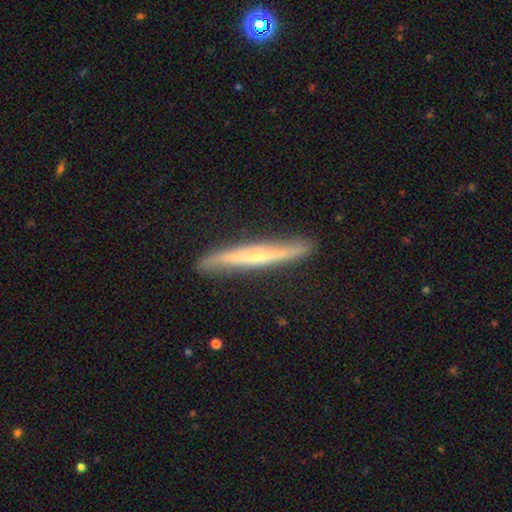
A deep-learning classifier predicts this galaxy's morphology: Smooth or featured?
  - featured or disk: 62% *
  - smooth: 32%
  - star or artifact: 6%
Edge-on disk?
  - yes: 88% *
  - no: 12%
Edge-on bulge?
  - none: 49% *
  - rounded: 42%
  - boxy: 9%
Merging?
  - none: 85% *
  - minor disturbance: 11%
  - major disturbance: 2%
  - merger: 1%